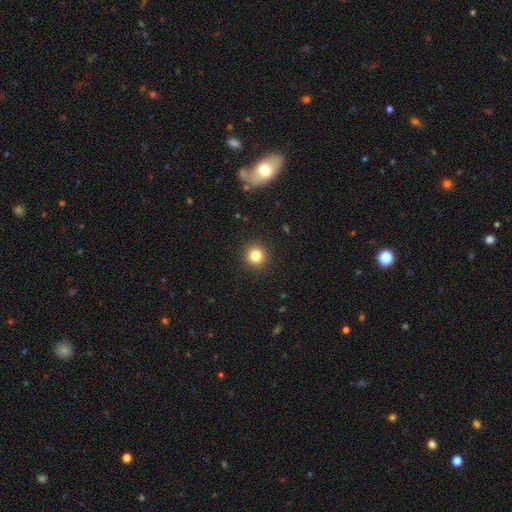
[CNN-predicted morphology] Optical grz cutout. It shows a smooth galaxy with no disk features (83%) that is round (93%). Merging: none (92%).